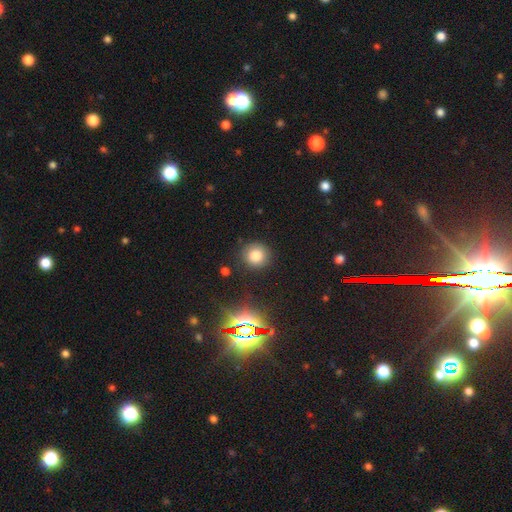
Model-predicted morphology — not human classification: smooth_or_featured: smooth (p=0.76) [alt: star or artifact p=0.17]
how_rounded: round (p=0.91) [alt: in between p=0.08]
merging: none (p=0.87) [alt: minor disturbance p=0.08]